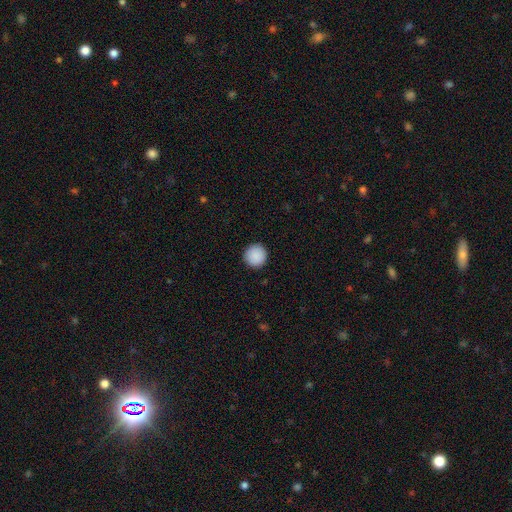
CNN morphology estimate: Smooth or featured? smooth (90%)
How rounded? round (96%)
Merging? none (93%)